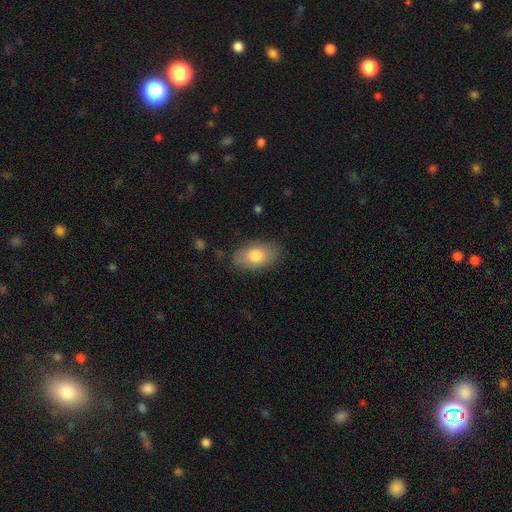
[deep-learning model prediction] Smooth or featured? smooth (79%)
How rounded? in between (92%)
Merging? none (81%)